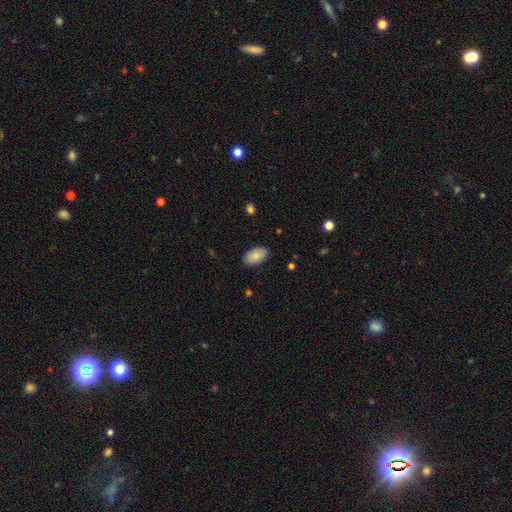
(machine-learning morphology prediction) A smooth galaxy with no disk features (83%) that is in between round and cigar-shaped (95%).

Vote fractions:
- Smooth or featured? smooth: 83% / featured or disk: 11% / star or artifact: 6%
- How rounded? in between: 95% / round: 4% / cigar-shaped: 1%
- Merging? none: 87% / minor disturbance: 10% / major disturbance: 2% / merger: 1%